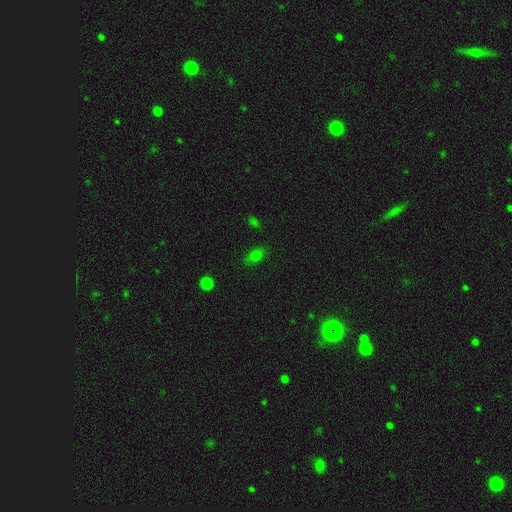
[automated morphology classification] smooth_or_featured: smooth (p=0.73) [alt: star or artifact p=0.19]
how_rounded: in between (p=0.80) [alt: round p=0.16]
merging: none (p=0.80) [alt: minor disturbance p=0.14]